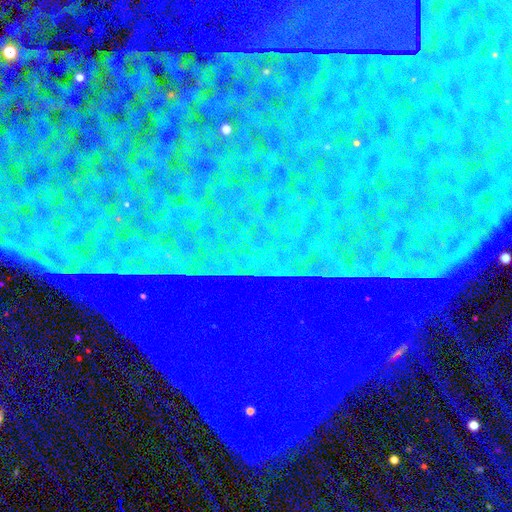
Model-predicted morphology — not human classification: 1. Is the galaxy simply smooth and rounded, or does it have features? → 86% star or artifact, 8% featured or disk, 6% smooth.